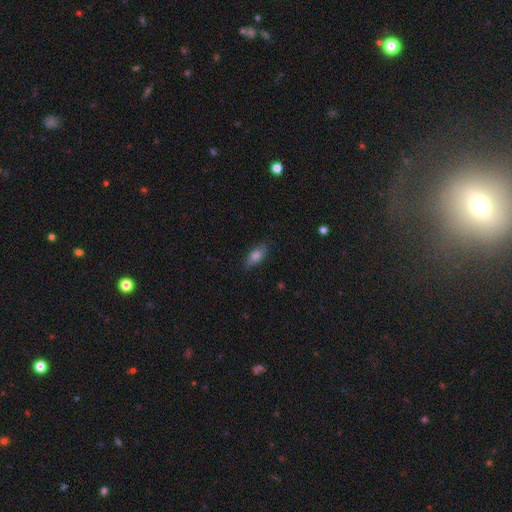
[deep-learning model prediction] Smooth or featured? smooth (76%)
How rounded? in between (80%)
Merging? none (84%)